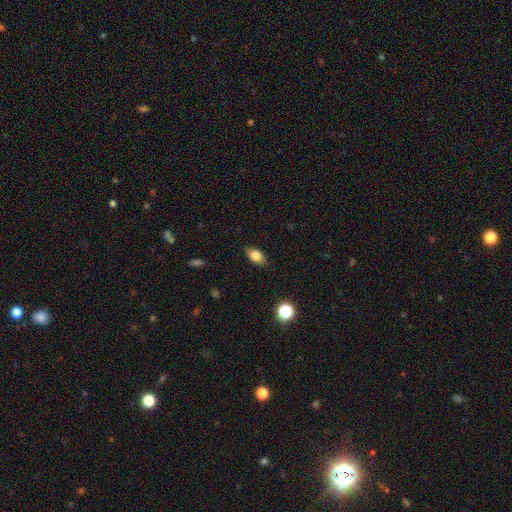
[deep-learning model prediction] A smooth galaxy with no disk features (81%) that is in between round and cigar-shaped (85%).

Vote fractions:
- Smooth or featured? smooth: 81% / featured or disk: 10% / star or artifact: 9%
- How rounded? in between: 85% / round: 11% / cigar-shaped: 3%
- Merging? none: 84% / minor disturbance: 12% / major disturbance: 3% / merger: 1%